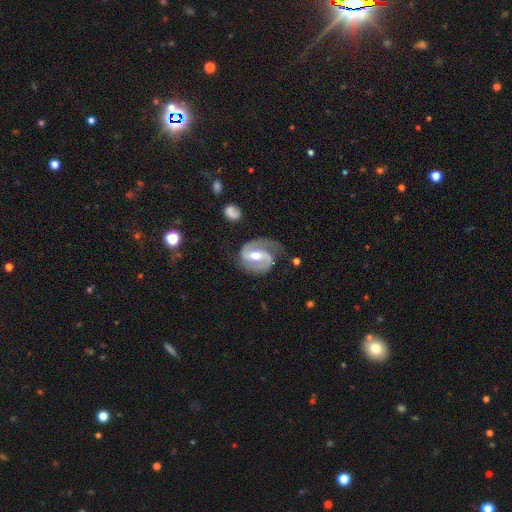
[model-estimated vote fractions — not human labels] Overall: featured or disk (88%). Edge-on disk: no (98%). Bar: weak (44%; strong 36%). Spiral arms: yes (96%). Spiral arm count: 2 (83%). Spiral winding: medium (51%; tight 31%). Bulge size: moderate (71%). Merging: none (66%).